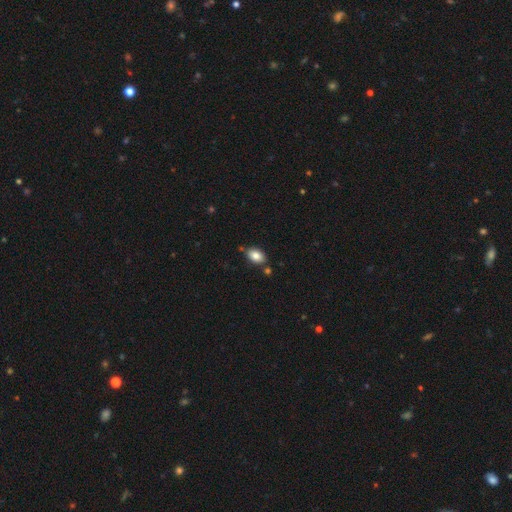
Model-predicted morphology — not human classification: The model was most divided on "merging": none: 76%, minor disturbance: 13%, merger: 8%, major disturbance: 3%. More confident: how rounded — in between (88%); smooth or featured — smooth (83%).